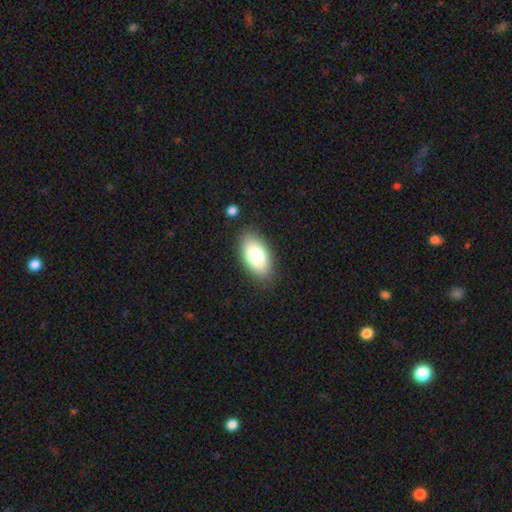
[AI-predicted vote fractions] smooth 76%, featured or disk 16%, star or artifact 8%. Down the decision tree: how rounded — in between (93%); merging — none (85%).